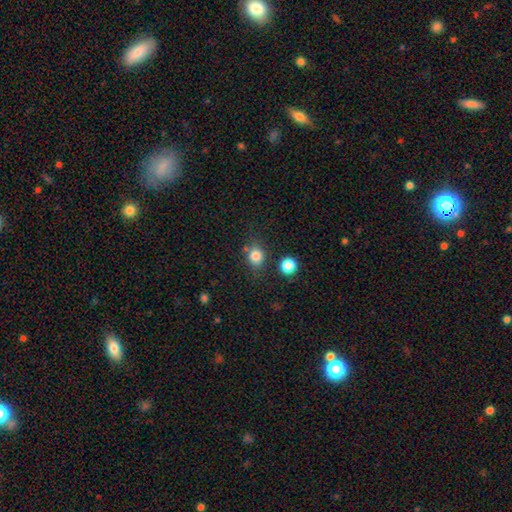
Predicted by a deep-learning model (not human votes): Smooth or featured? Predicted: smooth (p=0.81). How rounded? Predicted: round (p=0.65). Merging? Predicted: none (p=0.70).